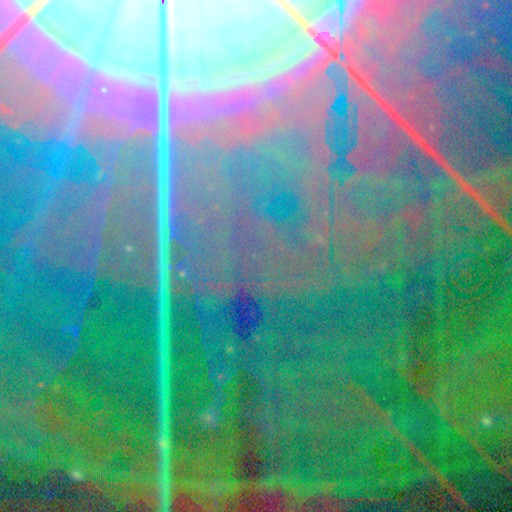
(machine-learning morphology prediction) This appears to be a star or artifact, not a galaxy (83%).